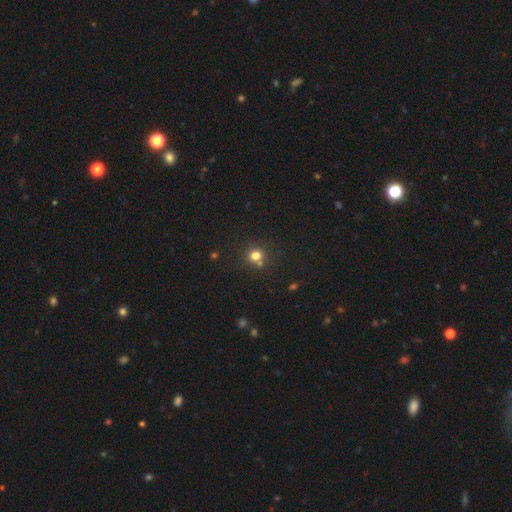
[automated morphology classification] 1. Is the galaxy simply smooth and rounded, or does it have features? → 76% smooth, 17% star or artifact, 7% featured or disk.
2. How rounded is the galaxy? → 82% round, 17% in between, 1% cigar-shaped.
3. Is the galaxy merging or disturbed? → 66% none, 21% merger, 10% minor disturbance, 3% major disturbance.